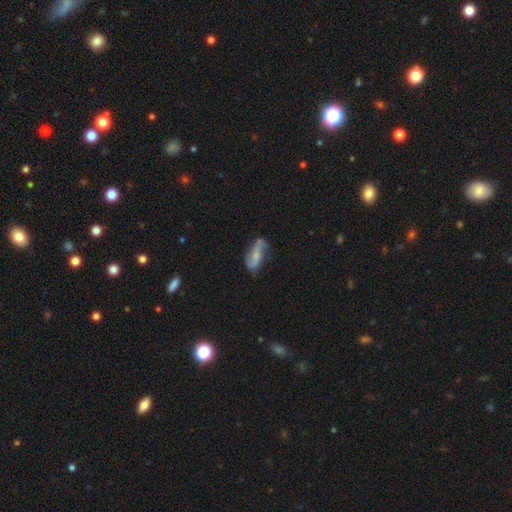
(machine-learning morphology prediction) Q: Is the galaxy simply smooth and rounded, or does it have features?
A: featured or disk — 58%.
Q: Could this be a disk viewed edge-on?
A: no — 91%.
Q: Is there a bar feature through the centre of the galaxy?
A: no — 53%.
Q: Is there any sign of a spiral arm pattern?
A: yes — 85%.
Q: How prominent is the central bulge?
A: small — 46%.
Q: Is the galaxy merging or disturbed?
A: none — 51%.